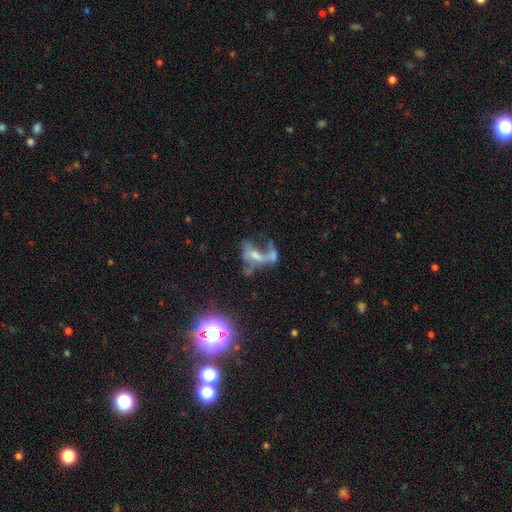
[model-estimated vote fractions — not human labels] A featured or disk galaxy (54%).

Vote fractions:
- Smooth or featured? featured or disk: 54% / smooth: 27% / star or artifact: 19%
- Edge-on disk? no: 92% / yes: 8%
- Merging? major disturbance: 35% (tied) / merger: 35% (tied) / none: 19% / minor disturbance: 11%